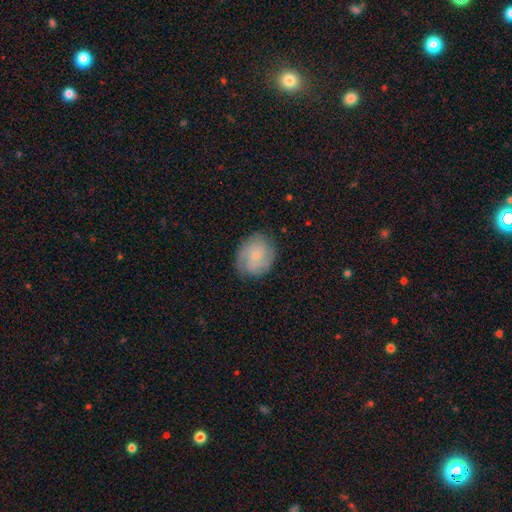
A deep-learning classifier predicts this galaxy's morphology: Smooth or featured? featured or disk (57%)
Edge-on disk? no (97%)
Bar? no (77%)
Spiral arms? yes (90%)
Spiral winding? tight (56%)
Spiral arm count? 2 (32%)
Bulge size? small (73%)
Merging? none (80%)